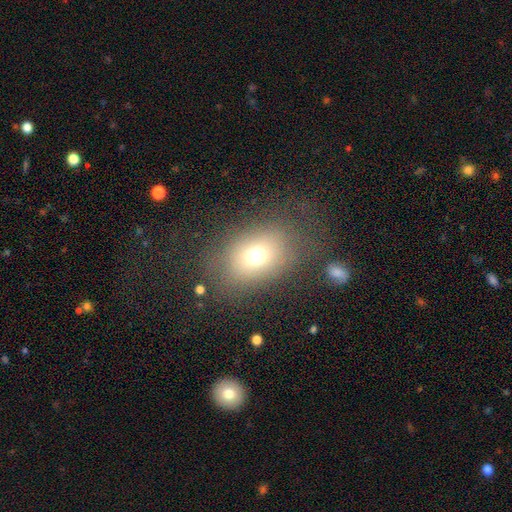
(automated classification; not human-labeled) Overall: smooth (69%). How rounded: in between (62%; round 36%). Merging: none (68%).